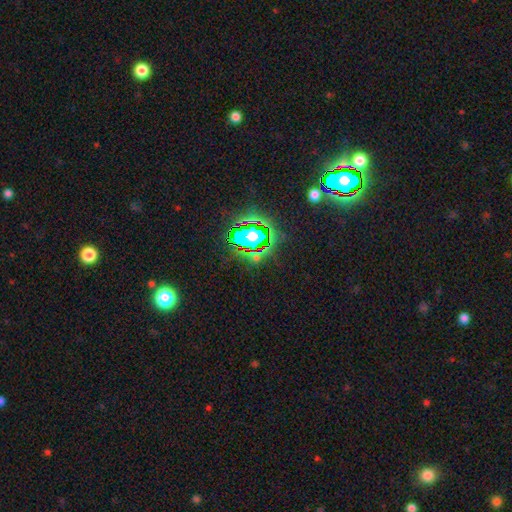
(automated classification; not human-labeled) This appears to be a star or artifact, not a galaxy (74%).